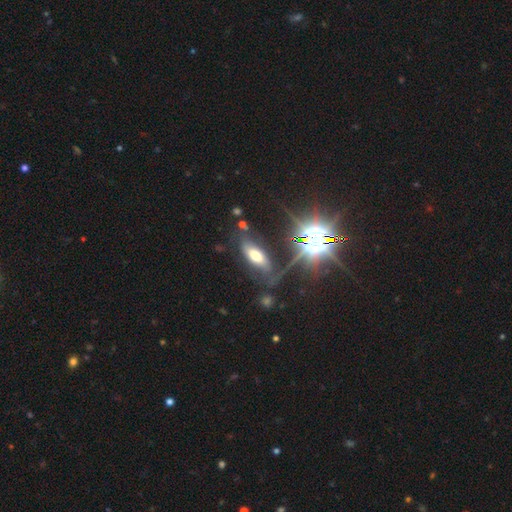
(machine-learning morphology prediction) Smooth or featured? smooth (57%)
How rounded? in between (78%)
Merging? none (68%)